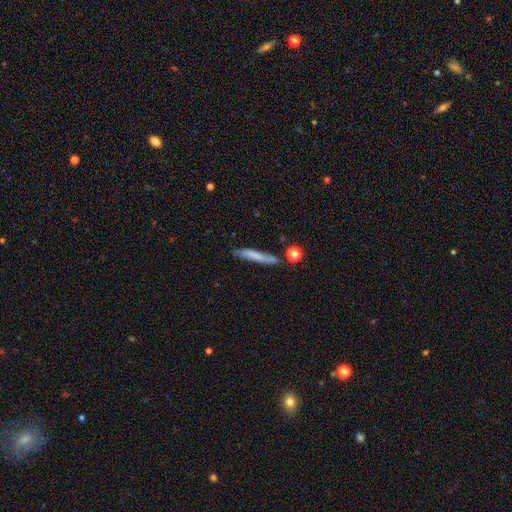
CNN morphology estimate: smooth-or-featured: smooth: 68% | featured or disk: 24% | star or artifact: 8%
  how-rounded: cigar-shaped: 92% | in between: 6% | round: 2%
  merging: none: 73% | minor disturbance: 17% | merger: 6% | major disturbance: 4%